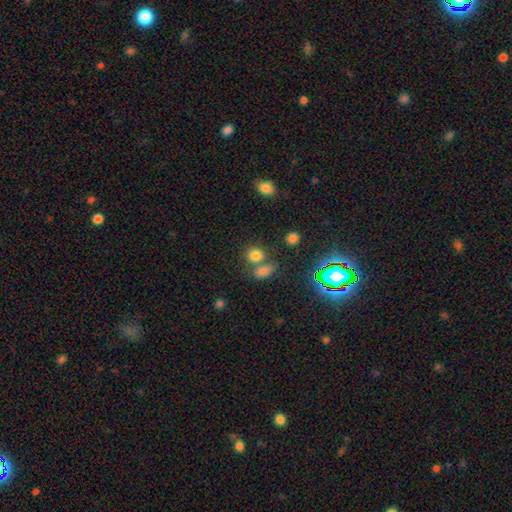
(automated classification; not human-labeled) smooth_or_featured: smooth (p=0.74) [alt: star or artifact p=0.19]
how_rounded: round (p=0.65) [alt: in between p=0.34]
merging: none (p=0.53) [alt: merger p=0.33]